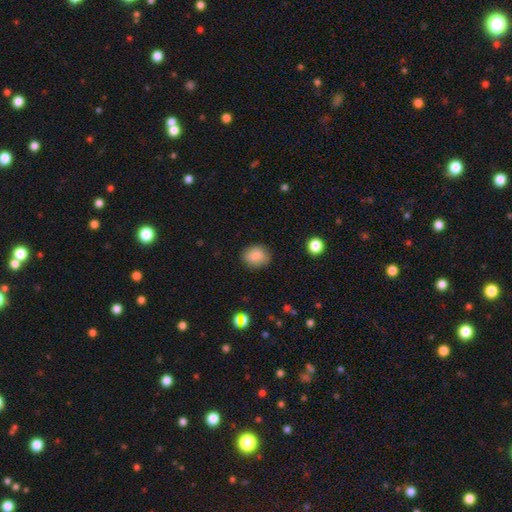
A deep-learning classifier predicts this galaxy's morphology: This is clearly a smooth galaxy (85%). How rounded: possibly in between (58%). Merging: likely none (79%).